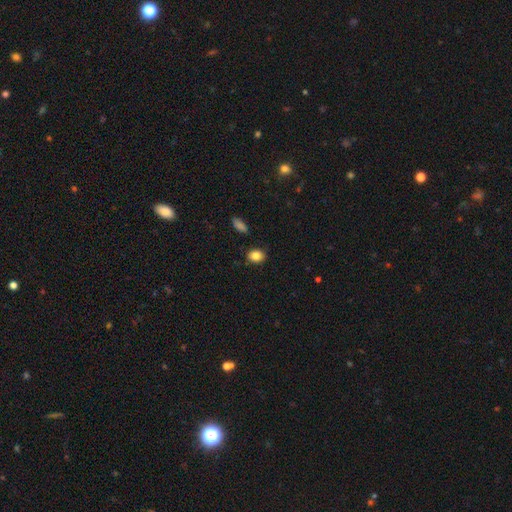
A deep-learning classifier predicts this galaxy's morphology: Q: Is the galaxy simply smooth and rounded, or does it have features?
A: smooth — 85%.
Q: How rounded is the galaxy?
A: in between — 52%.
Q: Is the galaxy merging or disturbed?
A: none — 85%.